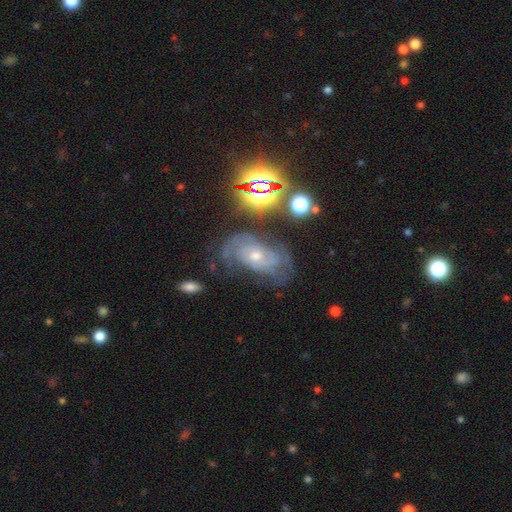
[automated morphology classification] Smooth or featured?
  - featured or disk: 74% *
  - star or artifact: 16%
  - smooth: 10%
Edge-on disk?
  - no: 96% *
  - yes: 4%
Bar?
  - no: 71% *
  - weak: 23%
  - strong: 6%
Spiral arms?
  - yes: 92% *
  - no: 8%
Spiral winding?
  - tight: 54% *
  - medium: 35%
  - loose: 11%
Spiral arm count?
  - 2: 37% *
  - can't tell: 34%
  - 3: 15%
  - 1: 6%
  - 4: 5%
  - more than 4: 4%
Bulge size?
  - moderate: 48% *
  - small: 47%
  - large: 2%
  - none: 2%
  - dominant: 1%
Merging?
  - none: 55% *
  - minor disturbance: 23%
  - major disturbance: 17%
  - merger: 4%